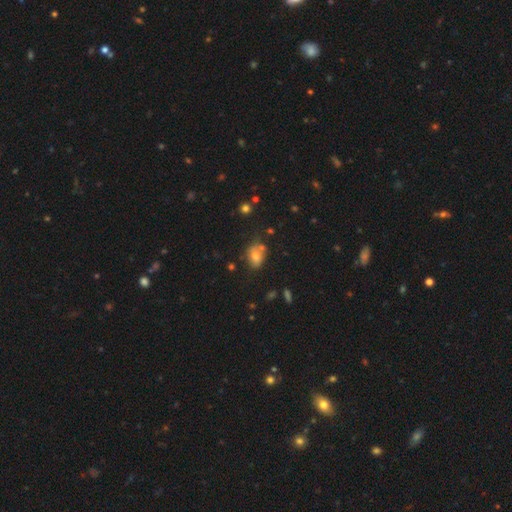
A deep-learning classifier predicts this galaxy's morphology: A smooth galaxy with no disk features (68%) that is in between round and cigar-shaped (64%). Merging: none (59%).